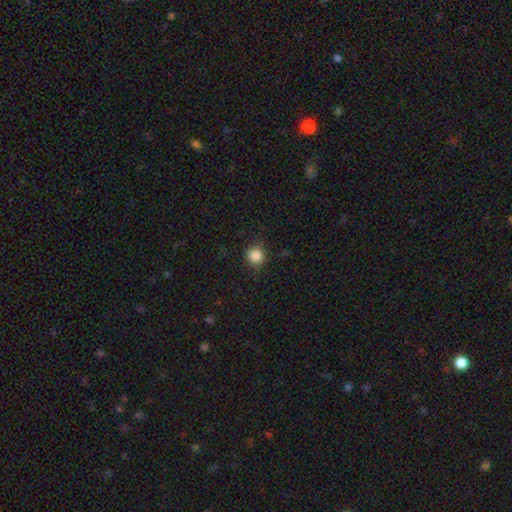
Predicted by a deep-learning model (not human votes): Q: Smooth or featured?
A: smooth (85%); runner-up: star or artifact (11%)
Q: How rounded?
A: round (91%); runner-up: in between (9%)
Q: Merging?
A: none (86%); runner-up: minor disturbance (10%)